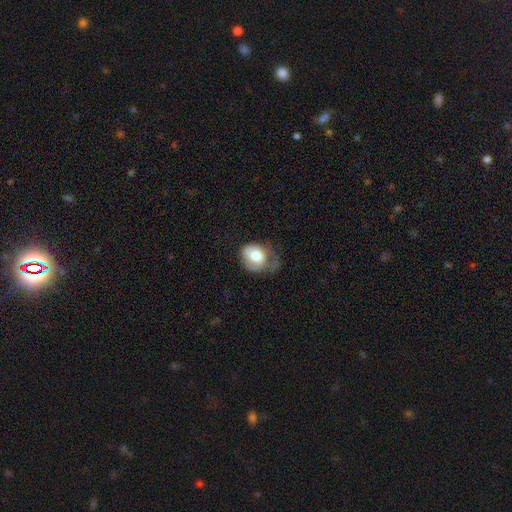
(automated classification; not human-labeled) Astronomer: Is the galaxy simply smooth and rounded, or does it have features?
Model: smooth — 69%.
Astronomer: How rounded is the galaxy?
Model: round — 57% (runner-up: in between, 42%).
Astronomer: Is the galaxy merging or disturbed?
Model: minor disturbance — 36% (runner-up: major disturbance, 33%).